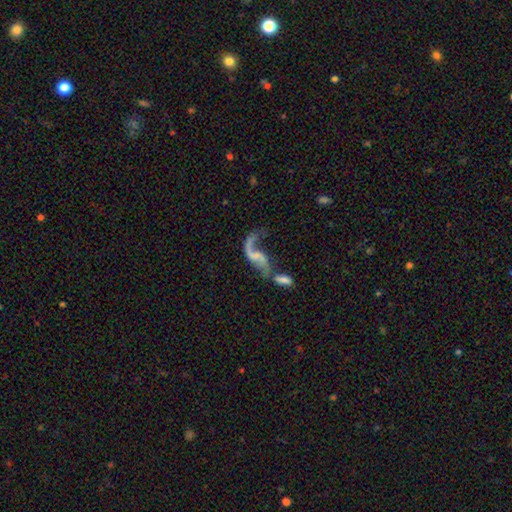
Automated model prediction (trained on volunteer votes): Smooth or featured? featured or disk (77%)
Edge-on disk? no (95%)
Bar? no (49%)
Spiral arms? yes (85%)
Spiral winding? loose (92%)
Spiral arm count? 2 (68%)
Bulge size? none (50%)
Merging? merger (44%)